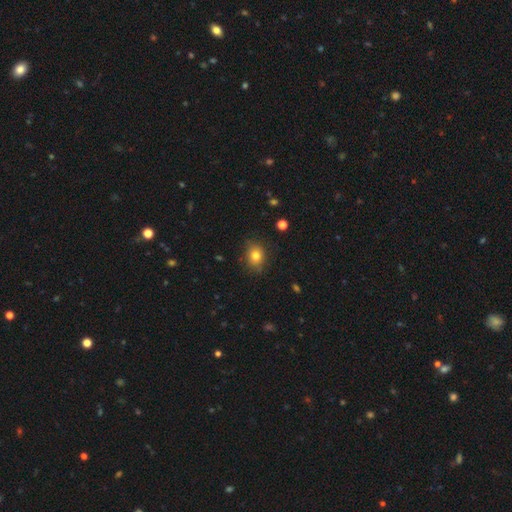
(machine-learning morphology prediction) Smooth or featured?
  - smooth: 79% *
  - star or artifact: 12%
  - featured or disk: 9%
How rounded?
  - round: 56% *
  - in between: 43%
  - cigar-shaped: 1%
Merging?
  - none: 82% *
  - minor disturbance: 13%
  - major disturbance: 3%
  - merger: 1%